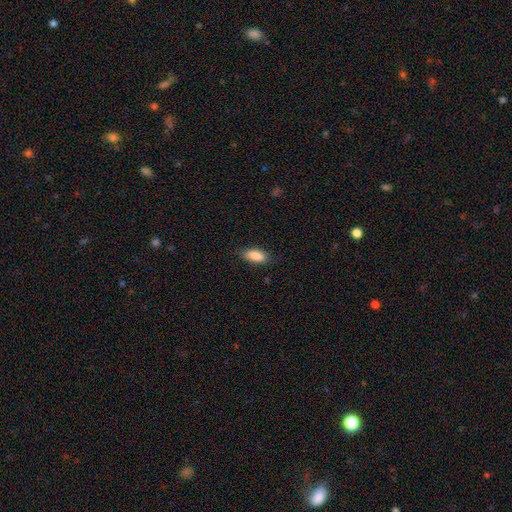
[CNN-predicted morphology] Smooth or featured: smooth — 87% (star or artifact — 7%)
How rounded: in between — 81% (cigar-shaped — 16%)
Merging: none — 81% (minor disturbance — 15%)